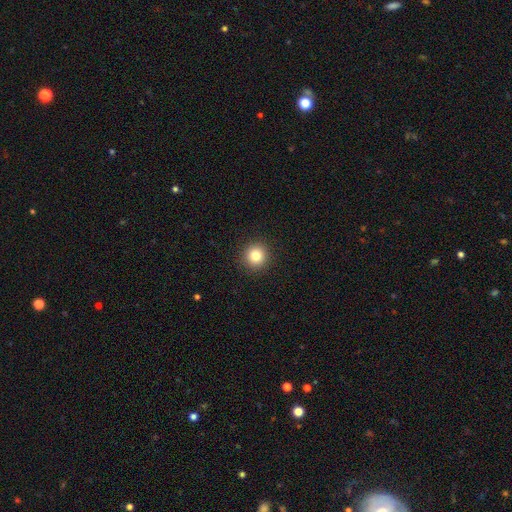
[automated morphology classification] Overall: smooth (83%). How rounded: round (93%). Merging: none (92%).